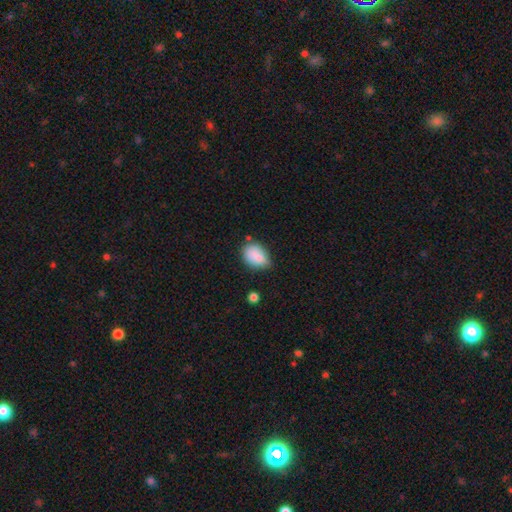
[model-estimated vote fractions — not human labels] Smooth or featured: smooth — 83% (featured or disk — 9%)
How rounded: in between — 79% (round — 20%)
Merging: none — 58% (minor disturbance — 28%)